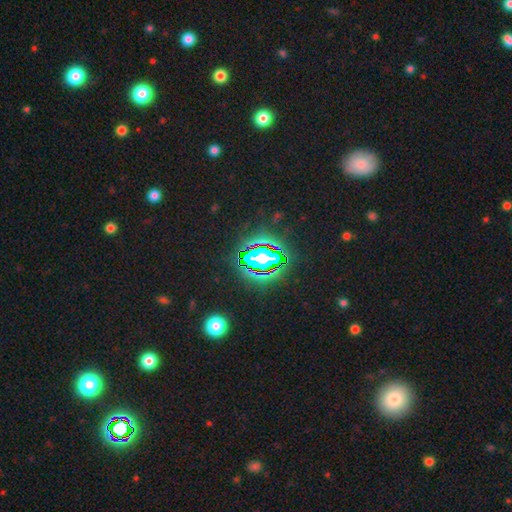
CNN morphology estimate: Smooth or featured? star or artifact (81%)